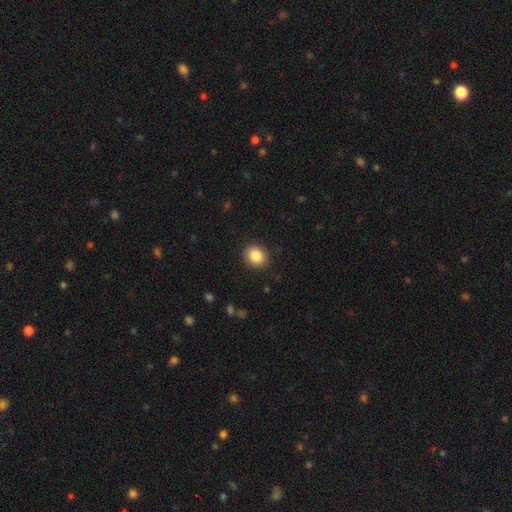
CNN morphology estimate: smooth-or-featured: smooth: 86% | star or artifact: 9% | featured or disk: 5%
  how-rounded: round: 72% | in between: 27% | cigar-shaped: 1%
  merging: none: 90% | minor disturbance: 7% | major disturbance: 2% | merger: 1%